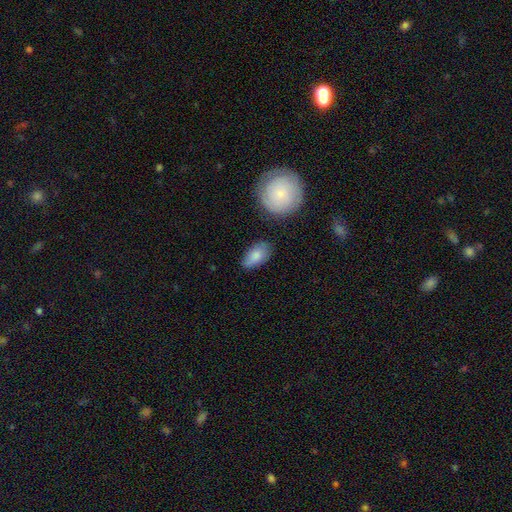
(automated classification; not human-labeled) Smooth or featured? smooth (82%)
How rounded? in between (92%)
Merging? none (70%)